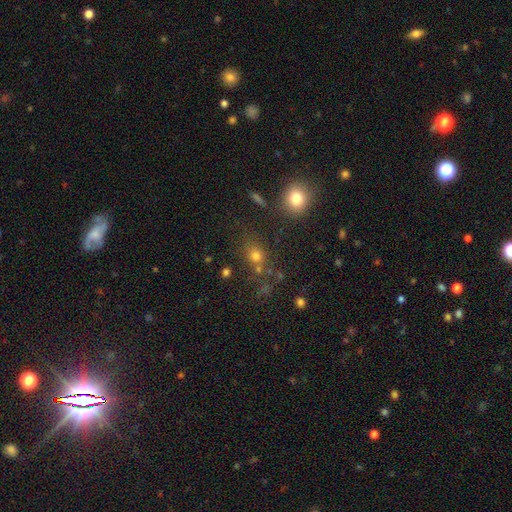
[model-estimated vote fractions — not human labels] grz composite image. It shows a smooth galaxy with no disk features (71%) that is round (73%). Merging: none (66%).